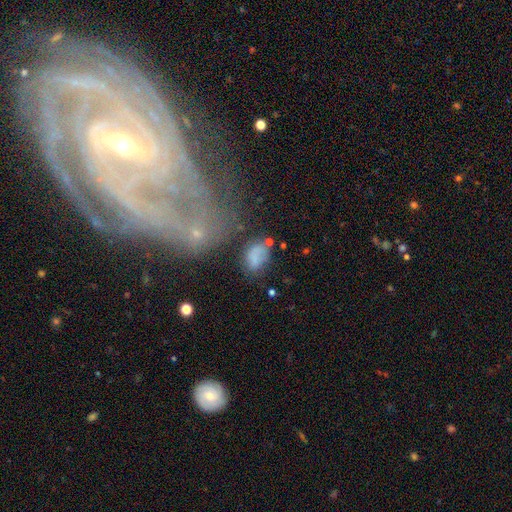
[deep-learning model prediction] Q: Smooth or featured?
A: smooth (71%); runner-up: featured or disk (17%)
Q: How rounded?
A: in between (81%); runner-up: round (17%)
Q: Merging?
A: none (47%); runner-up: minor disturbance (26%)